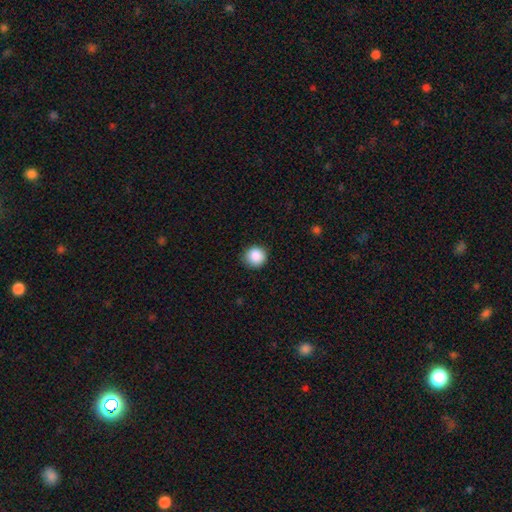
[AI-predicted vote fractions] smooth 88%, star or artifact 9%, featured or disk 3%. Down the decision tree: how rounded — round (93%); merging — none (85%).